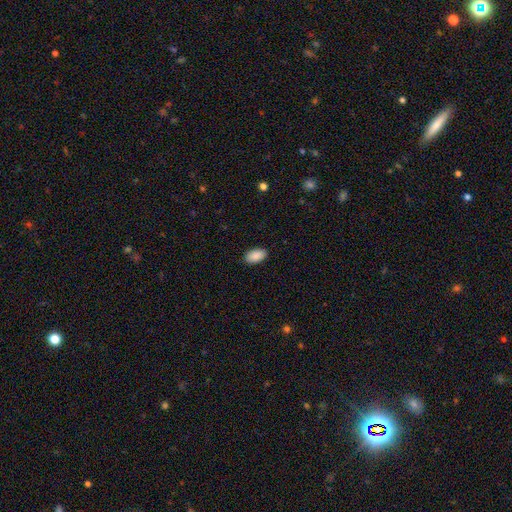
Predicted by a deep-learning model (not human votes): A smooth galaxy with no disk features (90%) that is in between round and cigar-shaped (95%). Merging: none (89%).